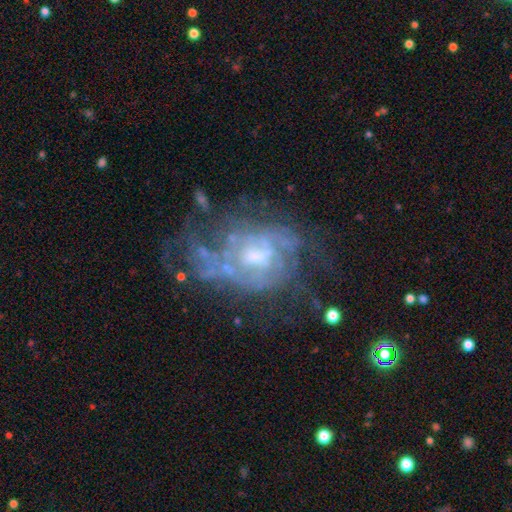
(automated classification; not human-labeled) The model was most divided on "bulge size": moderate: 47%, small: 37%, none: 10%, large: 5%, dominant: 1%. Remaining: edge-on disk — no (97%); smooth or featured — featured or disk (79%); spiral arms — yes (66%); bar — no (52%); merging — none (45%).